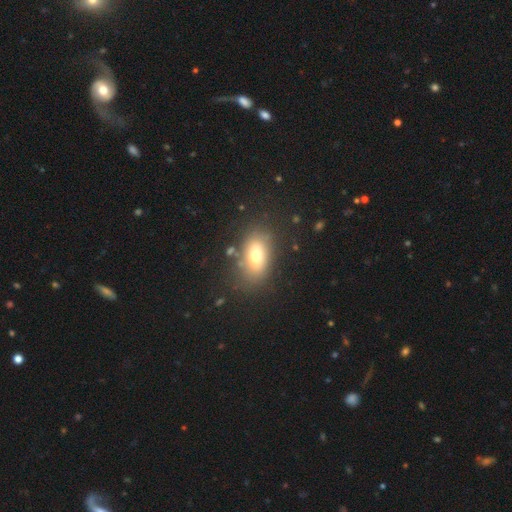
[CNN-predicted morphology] Overall: smooth (71%). How rounded: in between (87%). Merging: none (77%).